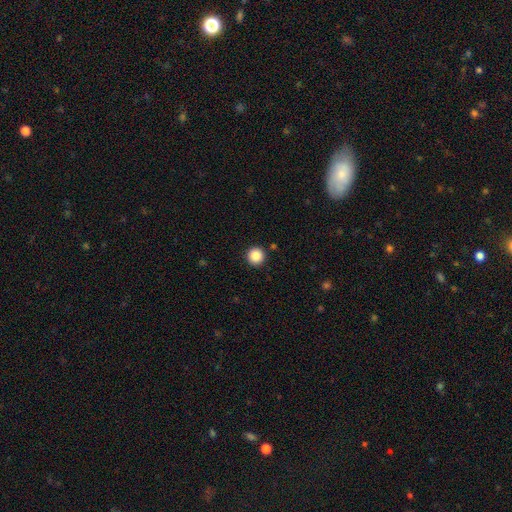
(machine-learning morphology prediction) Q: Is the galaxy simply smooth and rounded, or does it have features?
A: smooth — 87%.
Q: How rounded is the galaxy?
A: round — 96%.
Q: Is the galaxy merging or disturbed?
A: none — 92%.